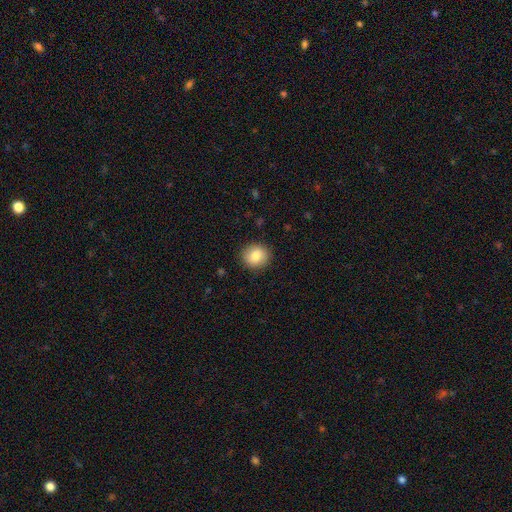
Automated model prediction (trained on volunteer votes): Overall: smooth (83%). How rounded: round (81%). Merging: none (89%).